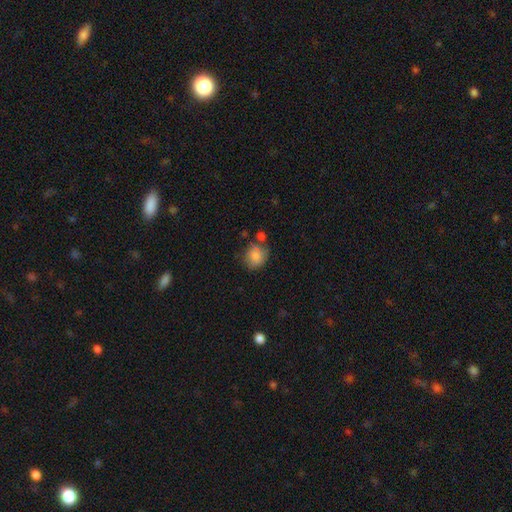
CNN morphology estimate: smooth 83%, star or artifact 9%, featured or disk 9%. Down the decision tree: how rounded — round (72%); merging — none (55%).